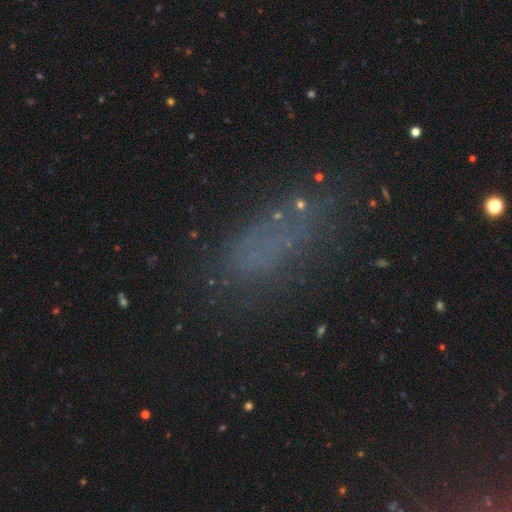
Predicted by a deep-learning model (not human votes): Morphology: type=smooth (49%); merging=none (57%).